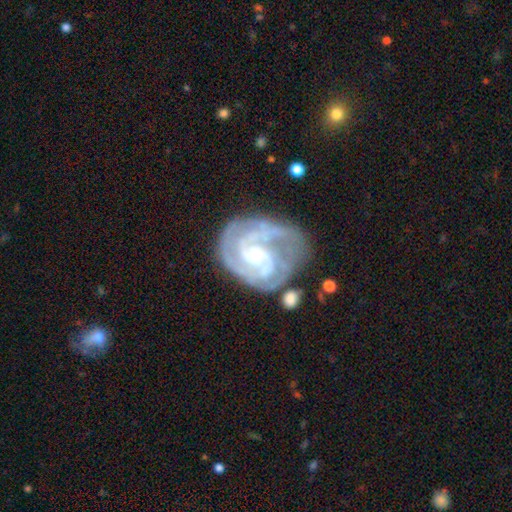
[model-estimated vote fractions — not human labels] This is clearly a featured or disk galaxy (89%). It is clearly not viewed edge-on (98%). Bar: possibly no (58%). Spiral arm pattern: clearly yes (97%). Spiral arm count: marginally 2 (36%). Spiral winding: possibly tight (57%). Central bulge: likely small (71%). Merging: possibly none (52%).